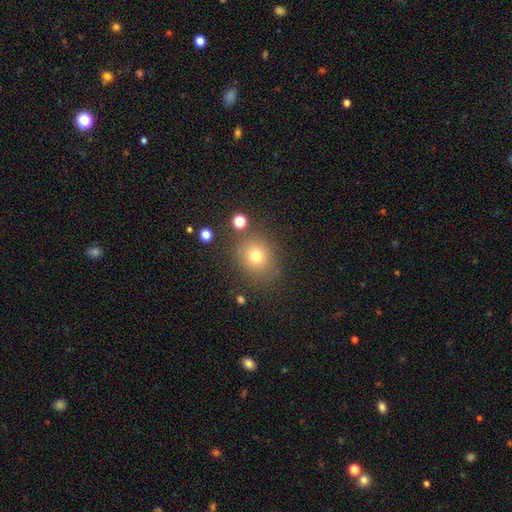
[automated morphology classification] smooth_or_featured: smooth (p=0.75) [alt: star or artifact p=0.15]
how_rounded: round (p=0.79) [alt: in between p=0.20]
merging: none (p=0.80) [alt: minor disturbance p=0.11]